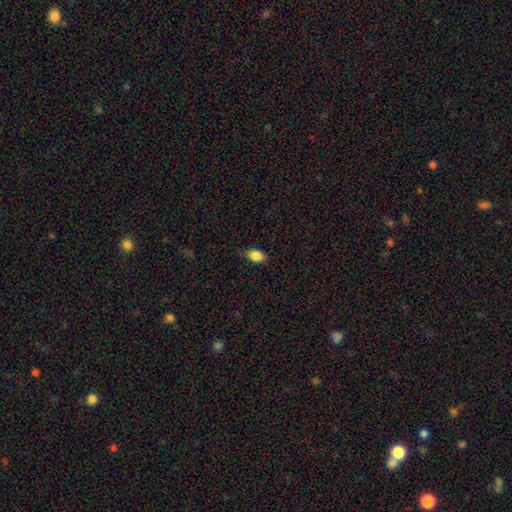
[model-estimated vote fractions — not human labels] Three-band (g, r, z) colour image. It shows a smooth galaxy with no disk features (87%) that is in between round and cigar-shaped (84%). Merging: none (82%).